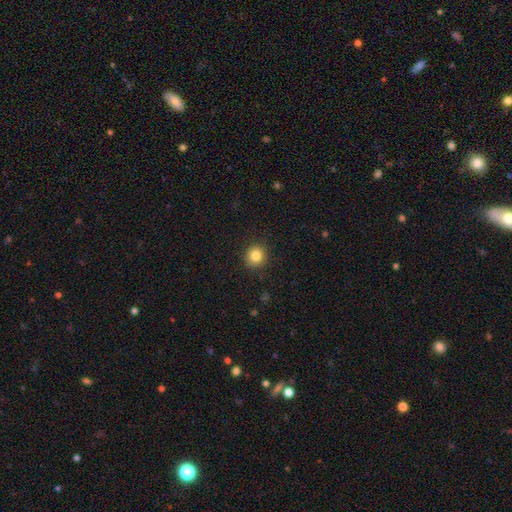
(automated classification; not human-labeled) This appears to be a smooth galaxy with no disk features (83%) that is round (90%). Merging: none (90%).